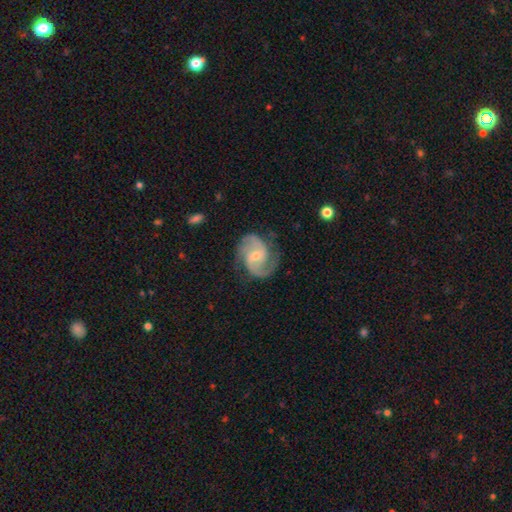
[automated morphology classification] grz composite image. It shows a featured or disk galaxy (90%) with a weak bar (52%), 2 (89%) medium (57%) spiral arms (98%) and a small central bulge (54%). Merging: none (77%).